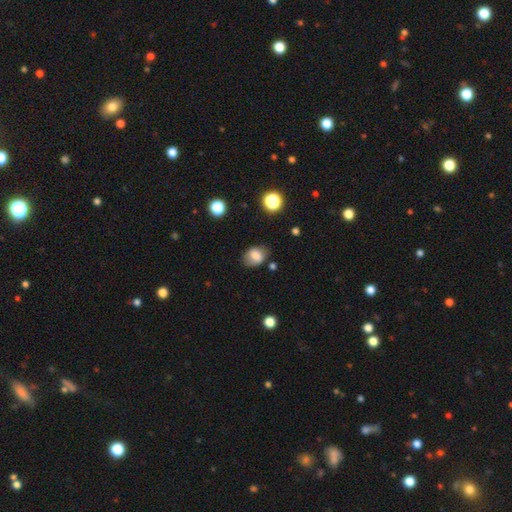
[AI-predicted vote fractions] Overall: smooth (75%). How rounded: in between (63%; round 36%). Merging: none (66%).